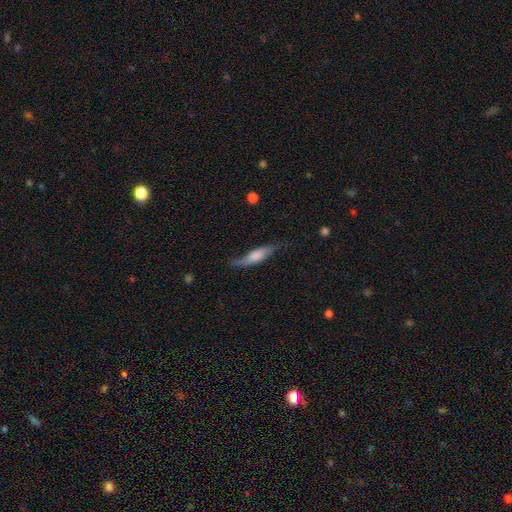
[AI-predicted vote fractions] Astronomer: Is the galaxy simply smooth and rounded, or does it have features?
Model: smooth — 51% (runner-up: featured or disk, 43%).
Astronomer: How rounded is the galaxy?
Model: cigar-shaped — 59% (runner-up: in between, 38%).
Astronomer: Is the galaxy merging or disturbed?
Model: none — 54% (runner-up: minor disturbance, 30%).